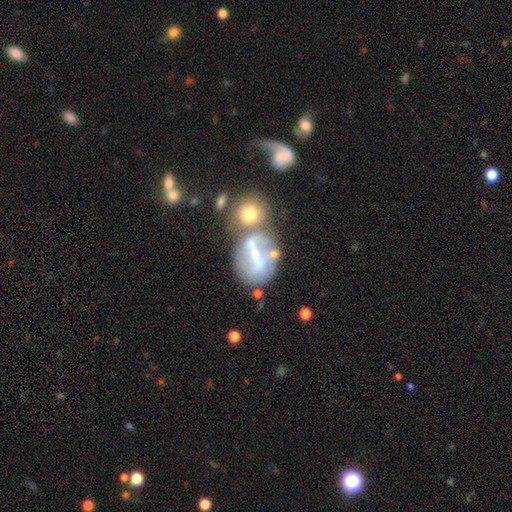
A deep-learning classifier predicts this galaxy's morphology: The model was most divided on "bar": strong: 40%, weak: 33%, no: 27%. Remaining: edge-on disk — no (94%); spiral arms — no (63%); smooth or featured — featured or disk (55%); bulge size — small (40%); merging — none (37%).